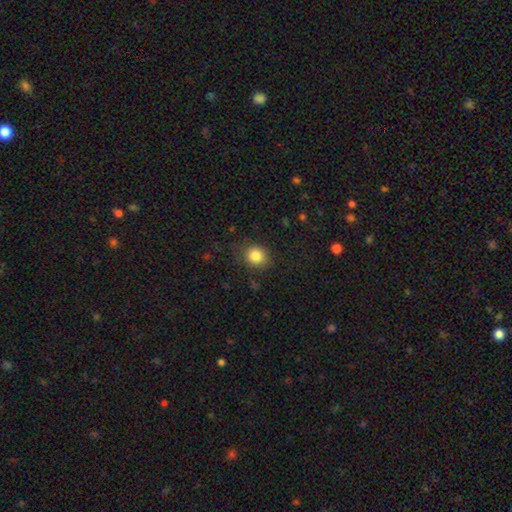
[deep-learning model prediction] Smooth or featured? smooth (84%)
How rounded? round (79%)
Merging? none (80%)